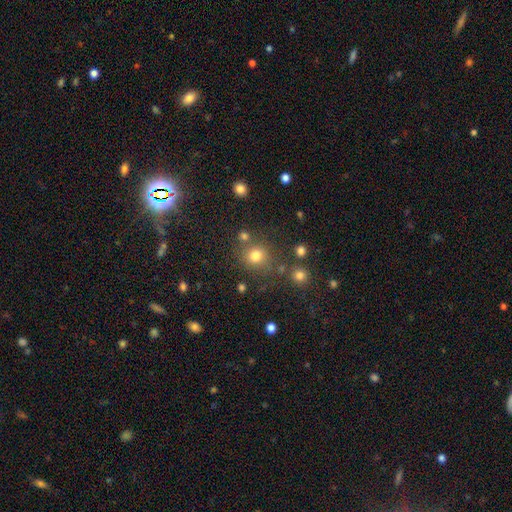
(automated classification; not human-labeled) Smooth or featured? smooth (77%)
How rounded? round (88%)
Merging? none (75%)